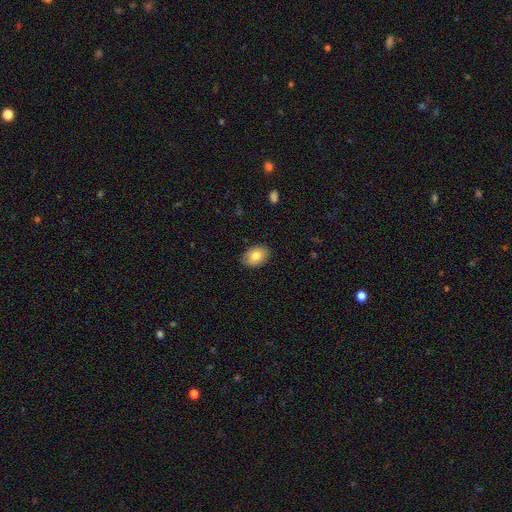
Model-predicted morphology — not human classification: A smooth galaxy with no disk features (81%) that is in between round and cigar-shaped (80%). Merging: none (86%).